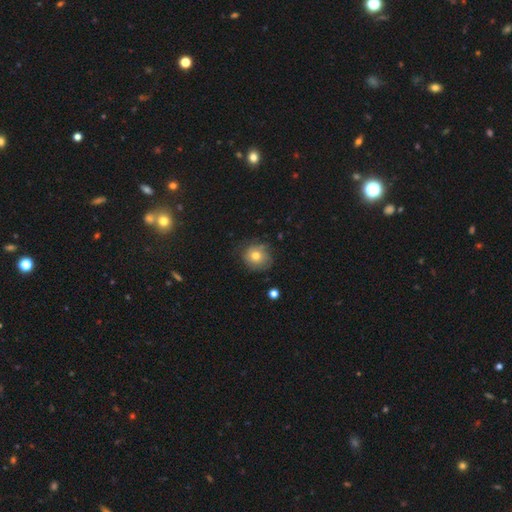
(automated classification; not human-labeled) Smooth or featured?
  - smooth: 69% *
  - featured or disk: 21%
  - star or artifact: 10%
How rounded?
  - round: 84% *
  - in between: 15%
  - cigar-shaped: 1%
Merging?
  - none: 71% *
  - minor disturbance: 21%
  - major disturbance: 6%
  - merger: 2%